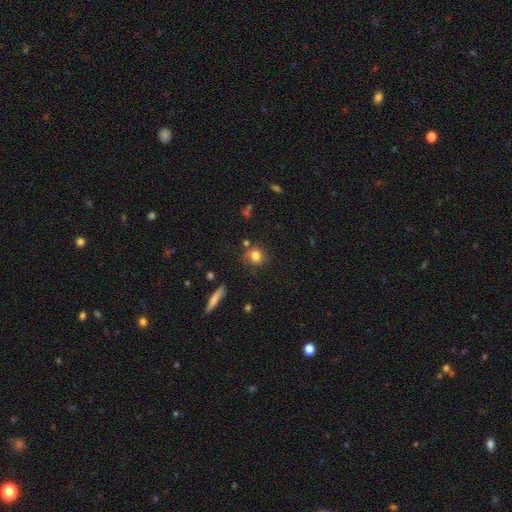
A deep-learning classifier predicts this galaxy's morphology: A smooth galaxy with no disk features (79%) that is round (79%).

Vote fractions:
- Smooth or featured? smooth: 79% / star or artifact: 10% / featured or disk: 10%
- How rounded? round: 79% / in between: 19% / cigar-shaped: 2%
- Merging? none: 71% / minor disturbance: 17% / merger: 7% / major disturbance: 5%